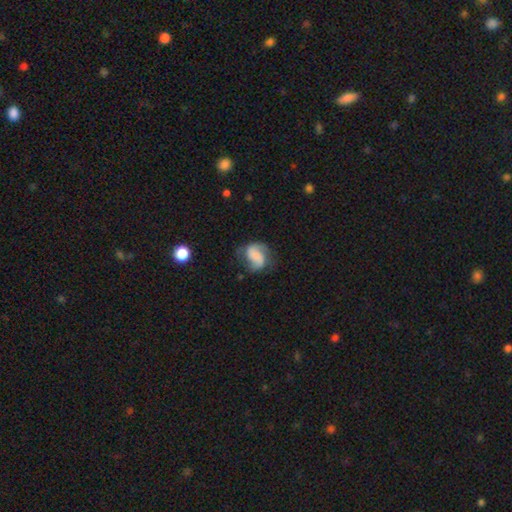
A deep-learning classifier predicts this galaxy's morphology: Smooth or featured? Predicted: featured or disk (p=0.65). Edge-on disk? Predicted: no (p=0.98). Bar? Predicted: no (p=0.43). Spiral arms? Predicted: yes (p=0.91). Spiral winding? Predicted: medium (p=0.42). Spiral arm count? Predicted: 2 (p=0.85). Bulge size? Predicted: none (p=0.48). Merging? Predicted: none (p=0.62).